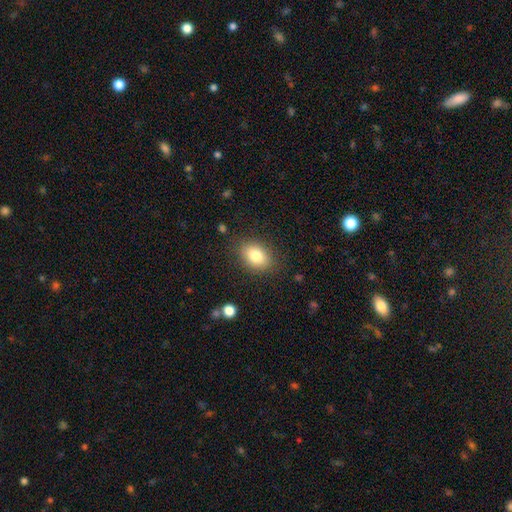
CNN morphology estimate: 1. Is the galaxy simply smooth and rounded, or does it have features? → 81% smooth, 10% featured or disk, 9% star or artifact.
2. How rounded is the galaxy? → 73% in between, 26% round, 1% cigar-shaped.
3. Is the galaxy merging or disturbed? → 84% none, 11% minor disturbance, 4% major disturbance, 1% merger.